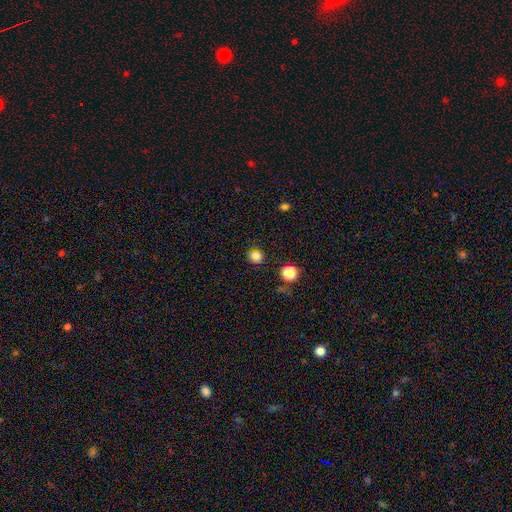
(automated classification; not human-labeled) A smooth galaxy with no disk features (83%) that is round (86%). Merging: none (87%).